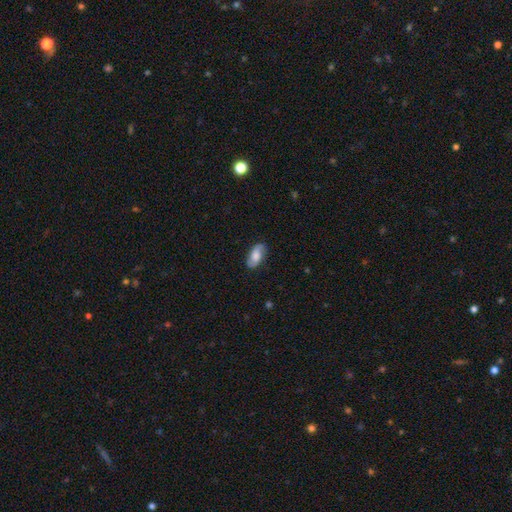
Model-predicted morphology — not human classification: Smooth or featured?
  - smooth: 55% *
  - featured or disk: 38%
  - star or artifact: 7%
How rounded?
  - in between: 91% *
  - cigar-shaped: 6%
  - round: 4%
Merging?
  - none: 83% *
  - minor disturbance: 13%
  - major disturbance: 3%
  - merger: 1%